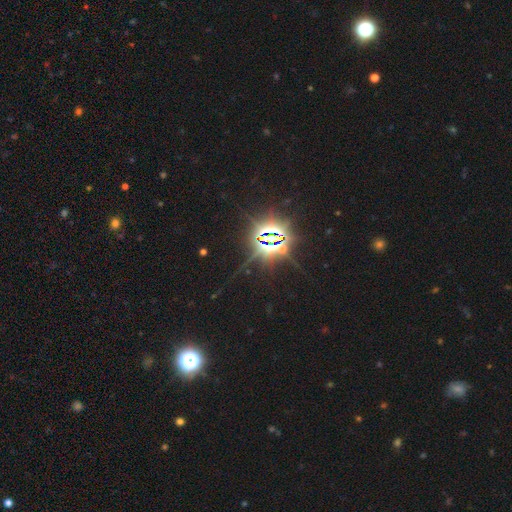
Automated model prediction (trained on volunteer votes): Smooth or featured?
  - star or artifact: 85% *
  - smooth: 9%
  - featured or disk: 6%